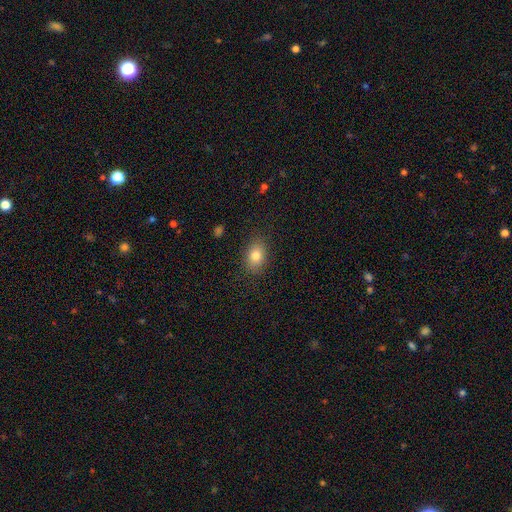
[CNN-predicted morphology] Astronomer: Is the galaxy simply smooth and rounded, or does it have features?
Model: smooth — 81%.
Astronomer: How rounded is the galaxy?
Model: in between — 76%.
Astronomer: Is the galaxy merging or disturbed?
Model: none — 85%.